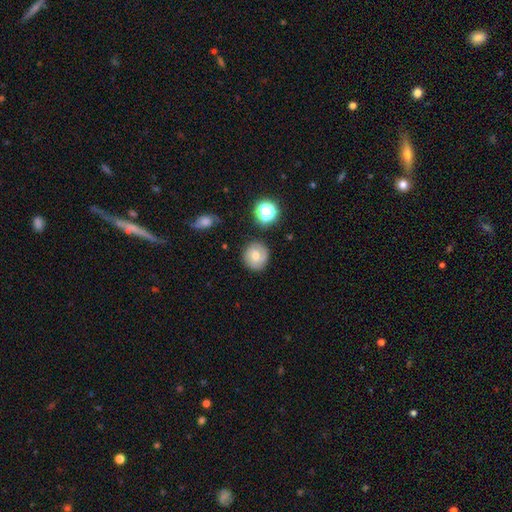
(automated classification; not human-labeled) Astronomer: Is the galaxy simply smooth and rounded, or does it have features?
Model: featured or disk — 46% (runner-up: smooth, 42%).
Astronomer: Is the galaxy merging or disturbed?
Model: none — 82%.